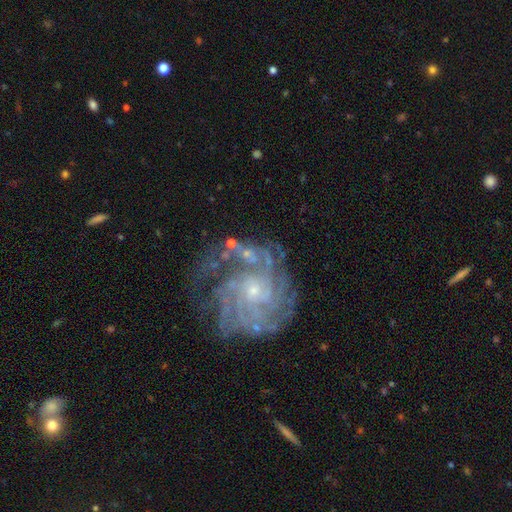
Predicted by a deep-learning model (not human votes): smooth-or-featured: featured or disk: 85% | star or artifact: 8% | smooth: 6%
  disk-edge-on: no: 98% | yes: 2%
    bar: no: 73% | weak: 22% | strong: 5%
    has-spiral-arms: yes: 96% | no: 4%
      spiral-winding: tight: 70% | medium: 24% | loose: 6%
      spiral-arm-count: can't tell: 29% | 4: 24% | more than 4: 17% | 3: 14% | 2: 10% | 1: 7%
    bulge-size: small: 75% | moderate: 19% | none: 3% | large: 1% | dominant: 1%
  merging: none: 64% | minor disturbance: 19% | major disturbance: 12% | merger: 4%